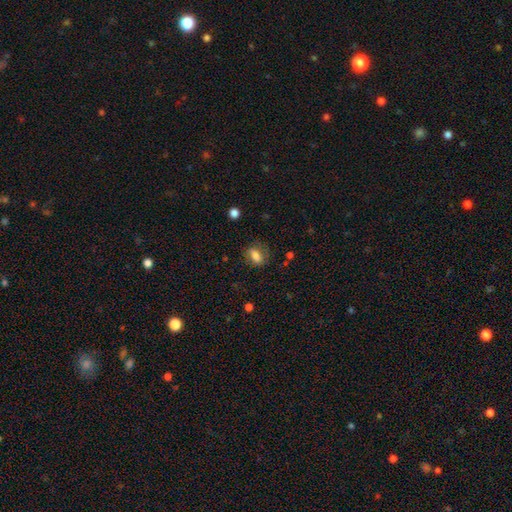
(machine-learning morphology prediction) smooth-or-featured: smooth: 75% | featured or disk: 15% | star or artifact: 9%
  how-rounded: in between: 77% | round: 17% | cigar-shaped: 6%
  merging: none: 72% | minor disturbance: 19% | major disturbance: 8% | merger: 2%